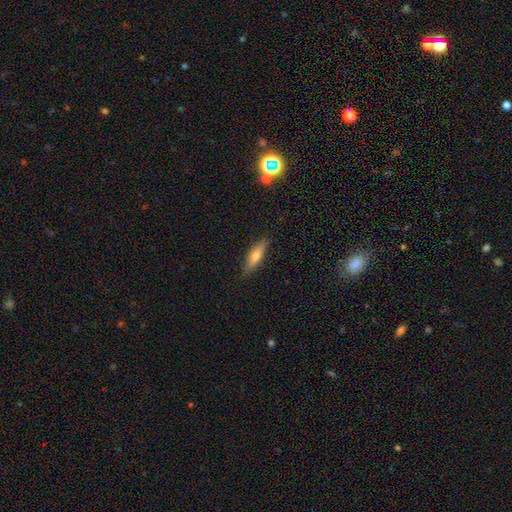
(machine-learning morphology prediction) This appears to be a smooth galaxy with no disk features (60%) that is cigar-shaped (60%). Merging: none (84%).